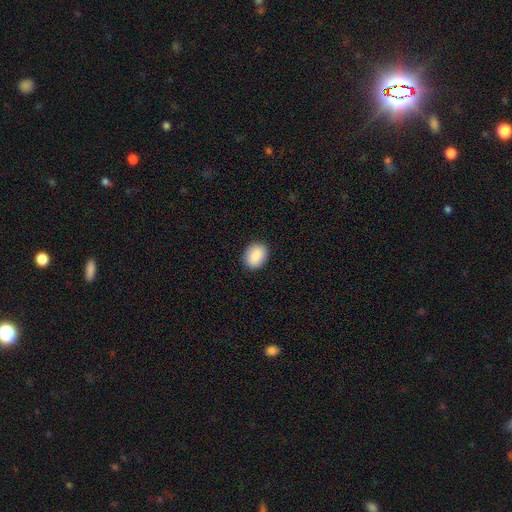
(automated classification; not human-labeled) Q: Smooth or featured?
A: smooth (90%); runner-up: star or artifact (7%)
Q: How rounded?
A: in between (57%); runner-up: round (42%)
Q: Merging?
A: none (89%); runner-up: minor disturbance (8%)